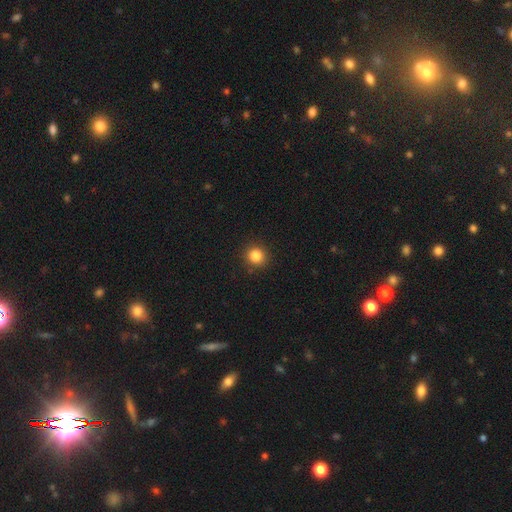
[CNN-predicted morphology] A smooth galaxy with no disk features (85%) that is round (90%).

Vote fractions:
- Smooth or featured? smooth: 85% / star or artifact: 11% / featured or disk: 4%
- How rounded? round: 90% / in between: 9% / cigar-shaped: 1%
- Merging? none: 91% / minor disturbance: 6% / major disturbance: 2% / merger: 1%